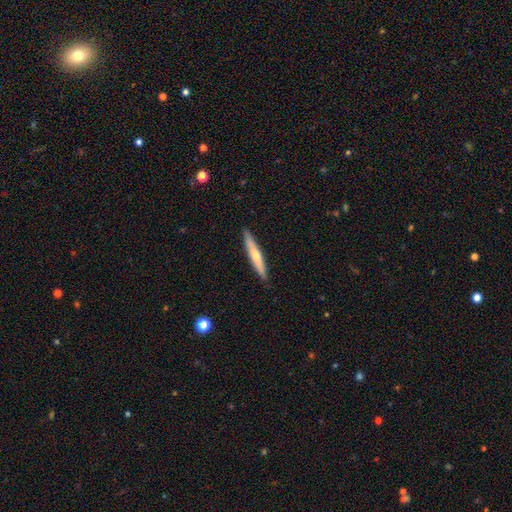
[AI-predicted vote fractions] Smooth or featured?
  - smooth: 48% *
  - featured or disk: 46%
  - star or artifact: 6%
Merging?
  - none: 91% *
  - minor disturbance: 7%
  - major disturbance: 1%
  - merger: 1%